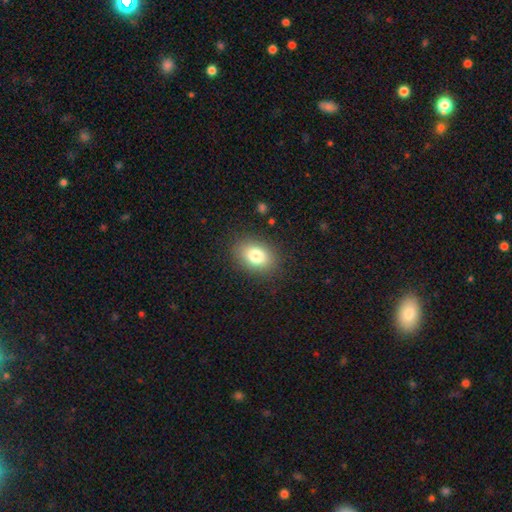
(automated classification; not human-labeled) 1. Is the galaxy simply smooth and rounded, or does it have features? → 80% smooth, 10% featured or disk, 10% star or artifact.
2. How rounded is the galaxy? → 74% in between, 24% round, 1% cigar-shaped.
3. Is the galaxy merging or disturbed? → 85% none, 10% minor disturbance, 4% major disturbance, 1% merger.